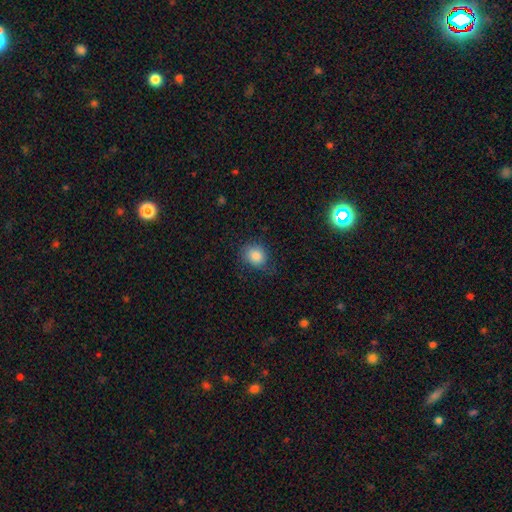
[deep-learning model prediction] Smooth or featured? smooth (85%)
How rounded? round (62%)
Merging? none (69%)